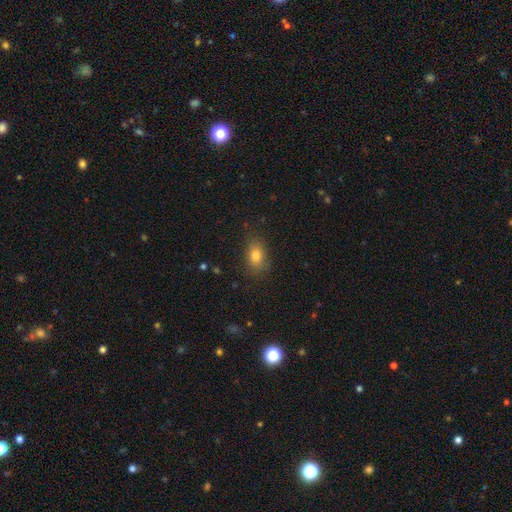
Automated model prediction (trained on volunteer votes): Q: Smooth or featured?
A: smooth (80%); runner-up: star or artifact (11%)
Q: How rounded?
A: in between (79%); runner-up: round (18%)
Q: Merging?
A: none (80%); runner-up: minor disturbance (14%)